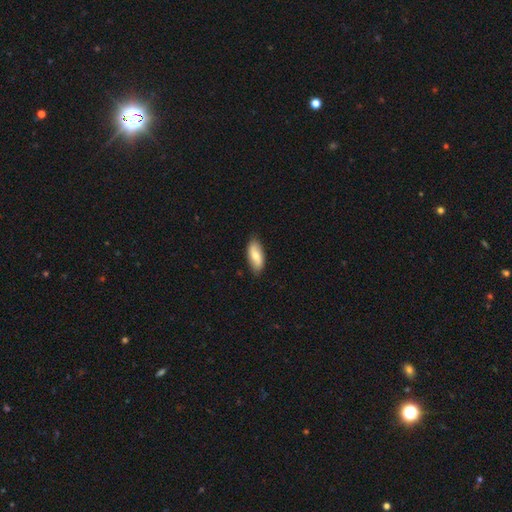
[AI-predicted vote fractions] Smooth or featured? smooth (69%)
How rounded? in between (85%)
Merging? none (84%)